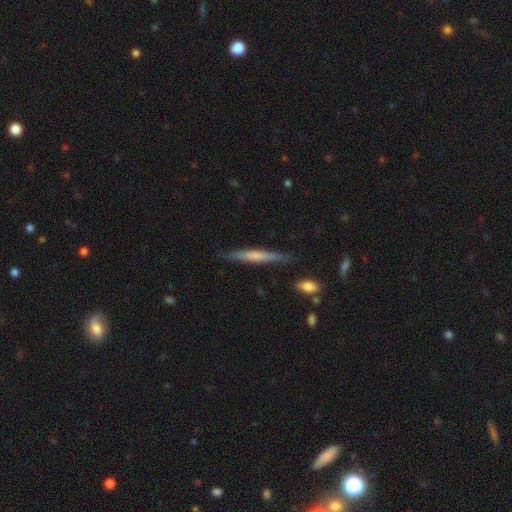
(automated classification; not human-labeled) Smooth or featured? smooth (51%)
How rounded? cigar-shaped (94%)
Merging? none (85%)